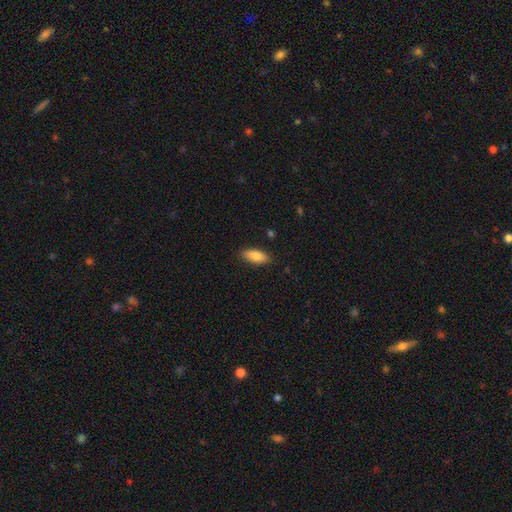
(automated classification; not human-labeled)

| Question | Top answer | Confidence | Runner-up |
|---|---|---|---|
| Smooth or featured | smooth | 82% | featured or disk (12%) |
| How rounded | in between | 74% | cigar-shaped (24%) |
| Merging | none | 87% | minor disturbance (10%) |